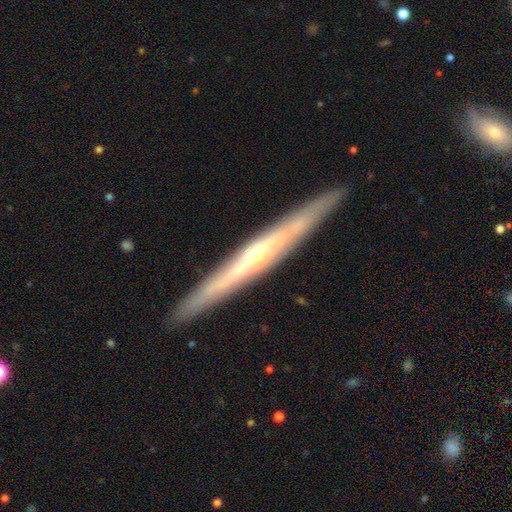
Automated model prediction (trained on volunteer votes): Morphology: type=featured or disk (76%); edge-on=yes (95%); edge-on bulge=rounded (61%); merging=none (91%).